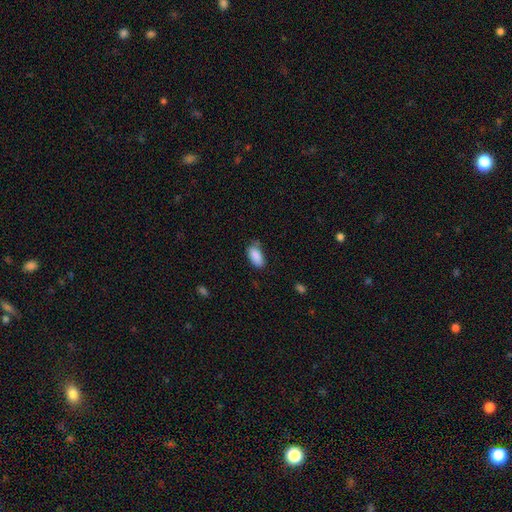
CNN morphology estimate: Overall: smooth (89%). How rounded: in between (92%). Merging: none (64%; minor disturbance 26%).